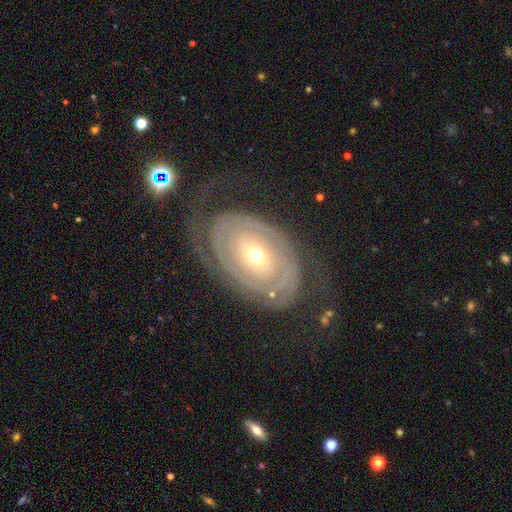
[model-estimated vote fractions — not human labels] Overall: featured or disk (86%). Edge-on disk: no (96%). Bar: no (73%). Spiral arms: yes (91%). Spiral arm count: 2 (52%; can't tell 26%). Spiral winding: tight (78%). Bulge size: small (54%; moderate 42%). Merging: none (67%).